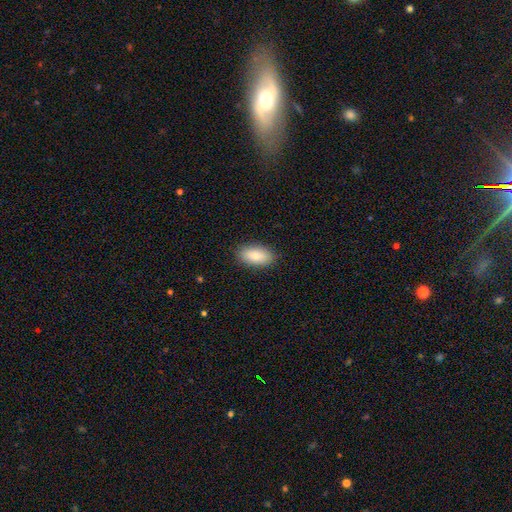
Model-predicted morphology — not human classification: Smooth or featured: smooth — 85% (featured or disk — 9%)
How rounded: in between — 93% (cigar-shaped — 4%)
Merging: none — 88% (minor disturbance — 9%)